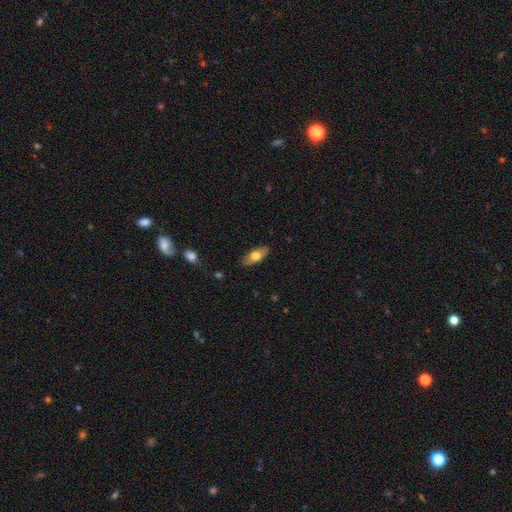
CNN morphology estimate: Overall: smooth (67%). How rounded: in between (80%). Merging: none (85%).